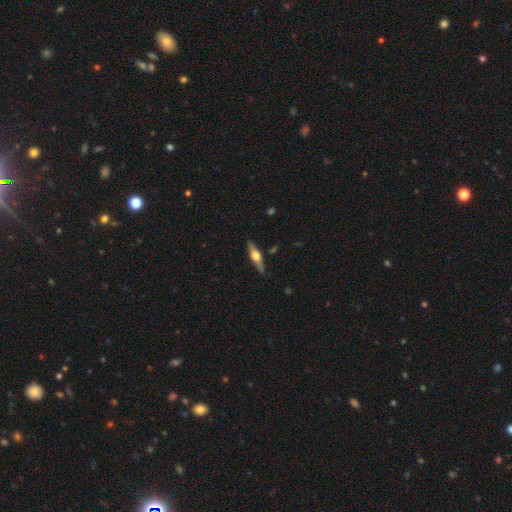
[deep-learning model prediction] smooth_or_featured: featured or disk (p=0.69) [alt: smooth p=0.26]
disk_edge_on: yes (p=0.96) [alt: no p=0.04]
edge_on_bulge: rounded (p=0.94) [alt: boxy p=0.04]
merging: none (p=0.88) [alt: minor disturbance p=0.09]